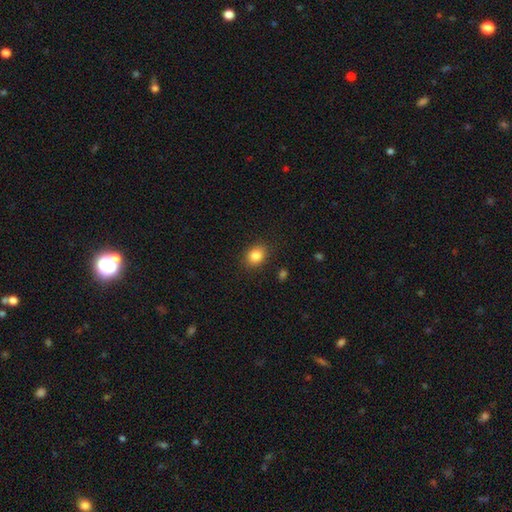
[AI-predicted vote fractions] The model was most divided on "how rounded": in between: 51%, round: 48%, cigar-shaped: 1%. More confident: merging — none (85%); smooth or featured — smooth (84%).